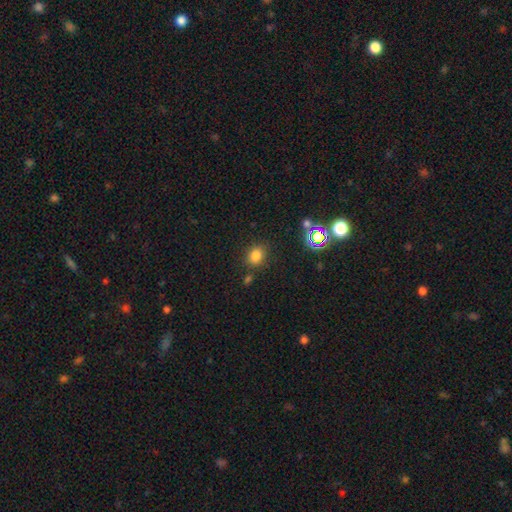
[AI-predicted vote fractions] smooth 78%, star or artifact 16%, featured or disk 6%. Down the decision tree: how rounded — in between (51%); merging — none (78%).